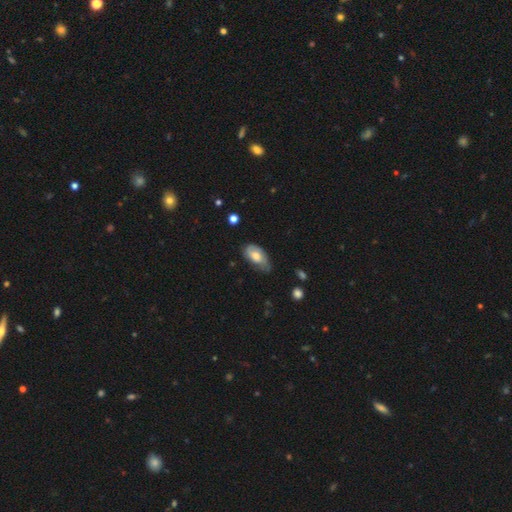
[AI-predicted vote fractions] This is possibly a smooth galaxy (58%). How rounded: clearly in between (92%). Merging: possibly none (47%).